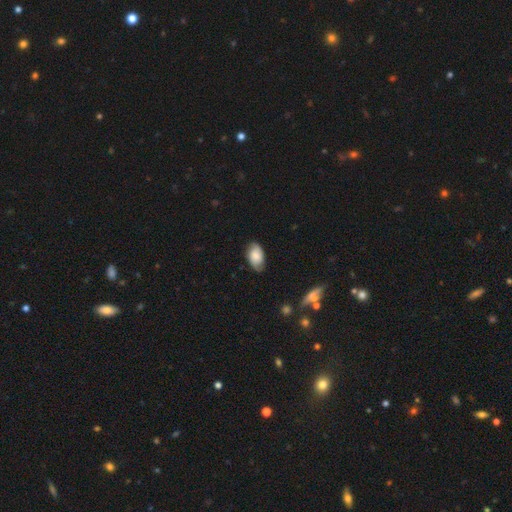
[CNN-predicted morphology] A smooth galaxy with no disk features (71%) that is in between round and cigar-shaped (93%).

Vote fractions:
- Smooth or featured? smooth: 71% / featured or disk: 22% / star or artifact: 7%
- How rounded? in between: 93% / round: 5% / cigar-shaped: 2%
- Merging? none: 75% / minor disturbance: 20% / major disturbance: 4% / merger: 1%